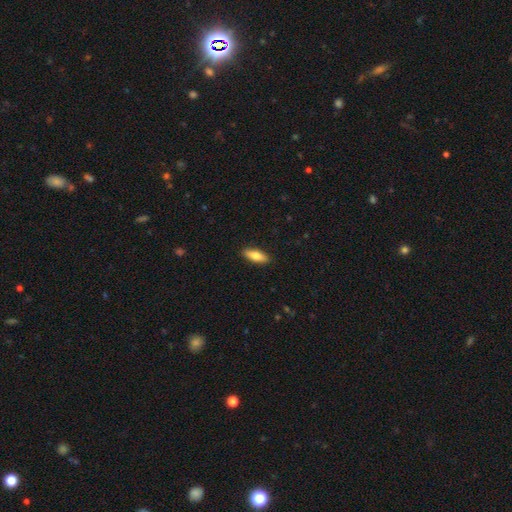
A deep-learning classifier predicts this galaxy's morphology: The model was most divided on "how rounded": in between: 65%, cigar-shaped: 33%, round: 2%. More confident: merging — none (90%); smooth or featured — smooth (78%).